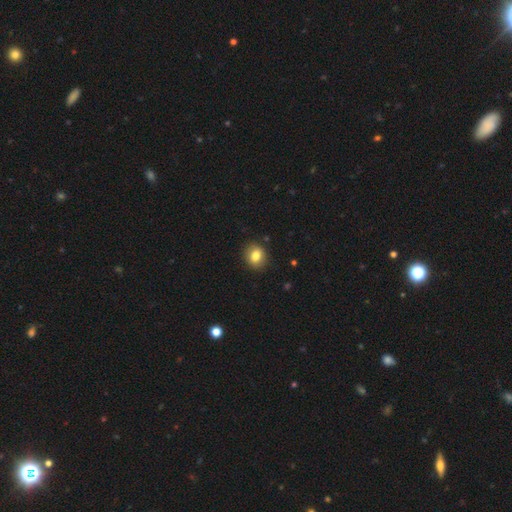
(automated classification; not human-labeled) A smooth galaxy with no disk features (82%) that is round (69%). Merging: none (88%).